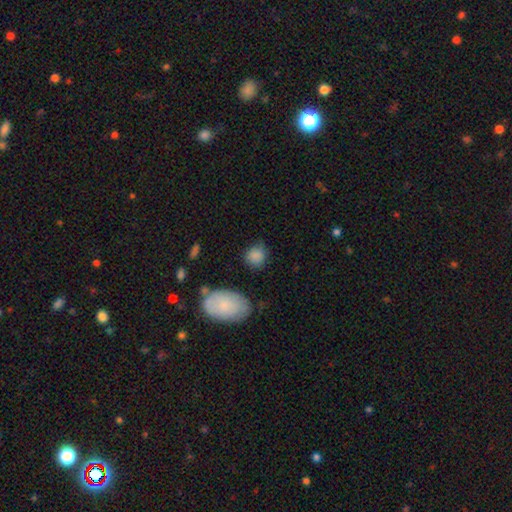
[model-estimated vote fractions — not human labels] The model was most divided on "how rounded": round: 72%, in between: 26%, cigar-shaped: 1%. More confident: smooth or featured — smooth (84%); merging — none (69%).